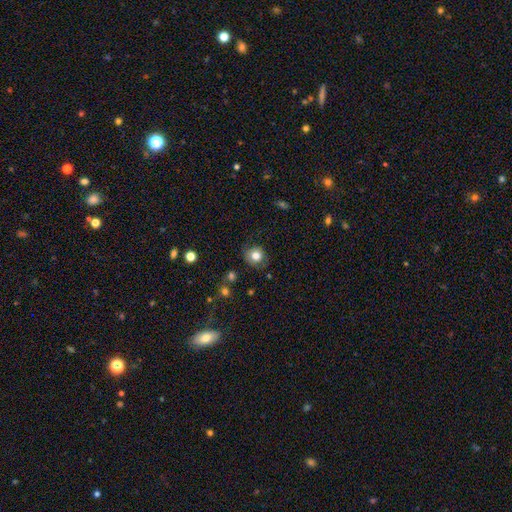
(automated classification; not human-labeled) Smooth or featured? smooth (81%)
How rounded? round (87%)
Merging? none (82%)